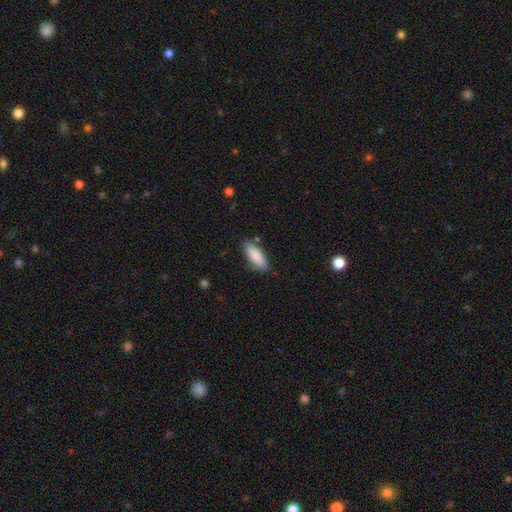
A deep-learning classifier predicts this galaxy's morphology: A smooth galaxy with no disk features (86%) that is in between round and cigar-shaped (72%). Merging: none (80%).